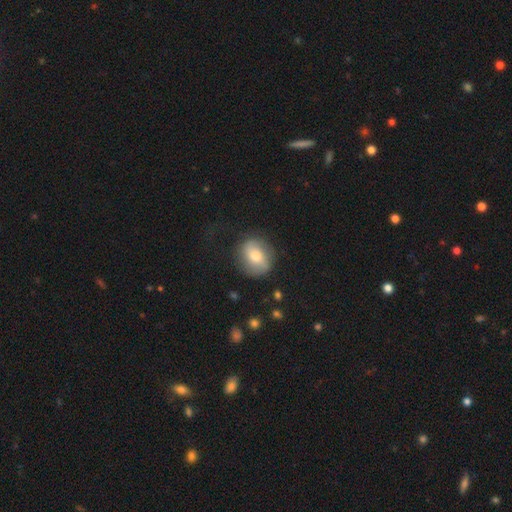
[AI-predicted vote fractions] Smooth or featured? smooth (57%)
How rounded? round (68%)
Merging? none (76%)